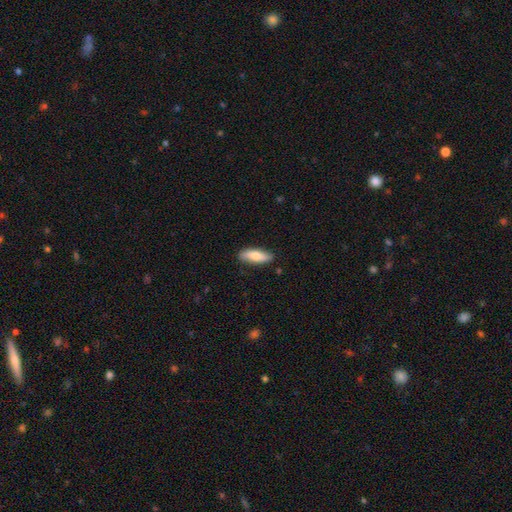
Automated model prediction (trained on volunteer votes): This is likely a smooth galaxy (77%). How rounded: possibly in between (59%). Merging: clearly none (86%).